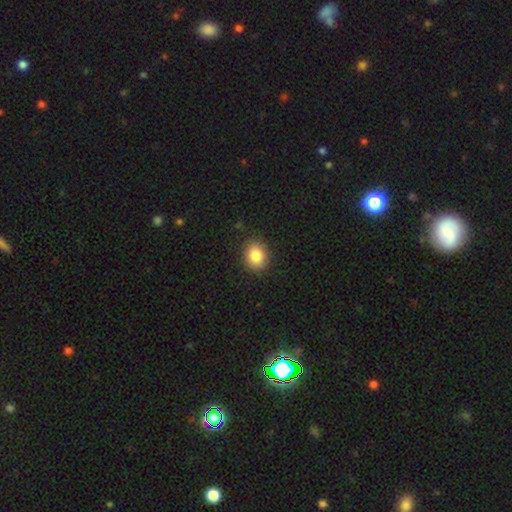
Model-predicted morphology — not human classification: A smooth galaxy with no disk features (86%) that is round (57%). Merging: none (89%).